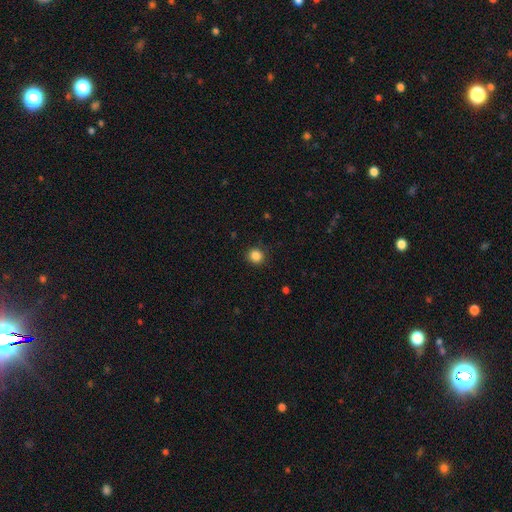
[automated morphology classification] Smooth or featured? smooth (86%)
How rounded? round (92%)
Merging? none (90%)